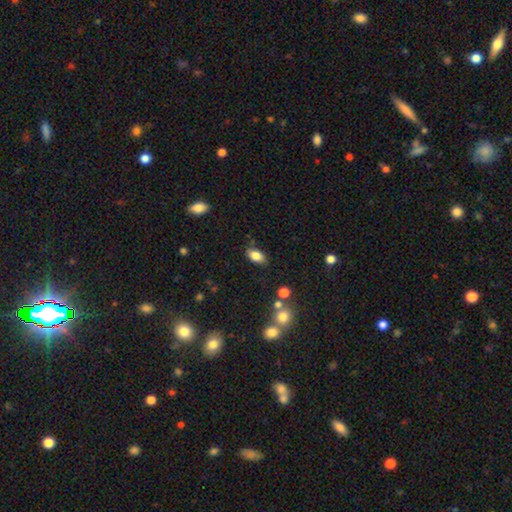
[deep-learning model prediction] smooth_or_featured: smooth (p=0.83) [alt: star or artifact p=0.09]
how_rounded: in between (p=0.90) [alt: round p=0.07]
merging: none (p=0.79) [alt: minor disturbance p=0.14]